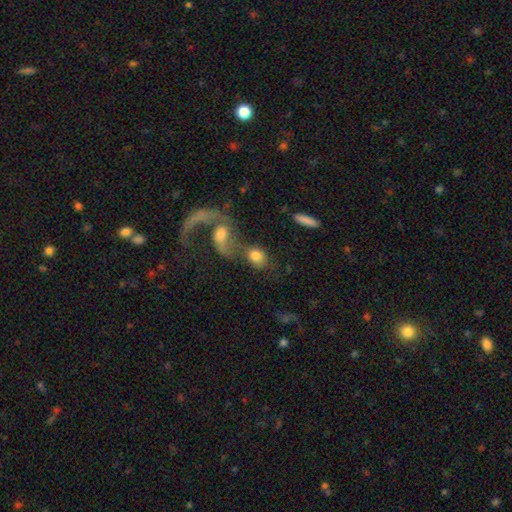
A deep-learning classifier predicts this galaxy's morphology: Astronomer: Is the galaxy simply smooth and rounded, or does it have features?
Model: smooth — 69%.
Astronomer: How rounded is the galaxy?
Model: in between — 57% (runner-up: round, 40%).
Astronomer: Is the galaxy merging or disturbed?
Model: merger — 53%.